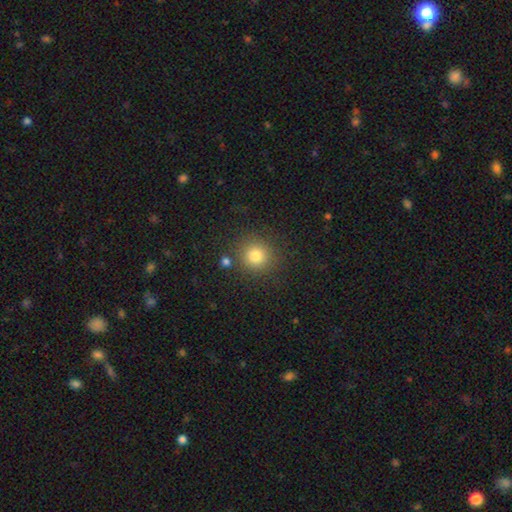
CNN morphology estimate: Smooth or featured? Predicted: smooth (p=0.80). How rounded? Predicted: round (p=0.92). Merging? Predicted: none (p=0.84).